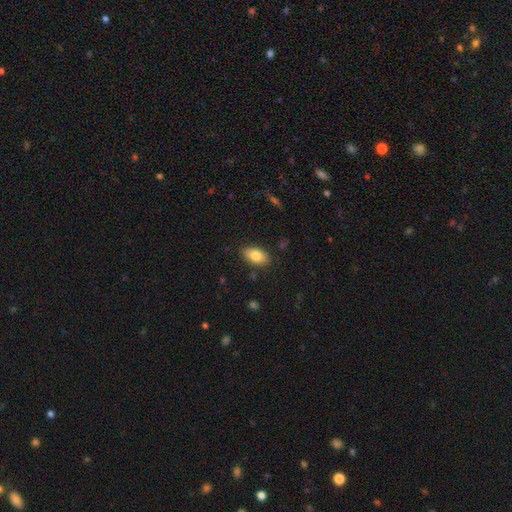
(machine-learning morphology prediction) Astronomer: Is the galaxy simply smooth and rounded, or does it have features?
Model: smooth — 82%.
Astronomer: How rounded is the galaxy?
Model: in between — 93%.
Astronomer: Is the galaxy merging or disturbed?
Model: none — 86%.